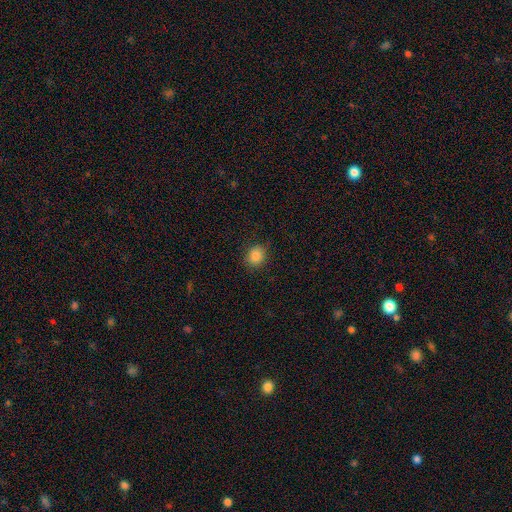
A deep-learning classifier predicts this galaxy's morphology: This appears to be a smooth galaxy with no disk features (85%) that is round (62%). Merging: none (87%).